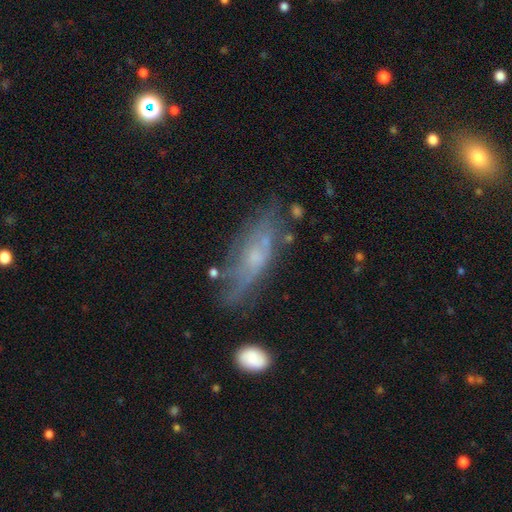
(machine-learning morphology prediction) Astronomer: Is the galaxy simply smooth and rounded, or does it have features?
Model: featured or disk — 55% (runner-up: smooth, 36%).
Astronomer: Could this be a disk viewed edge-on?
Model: no — 64%.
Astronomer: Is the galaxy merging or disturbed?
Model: none — 58%.